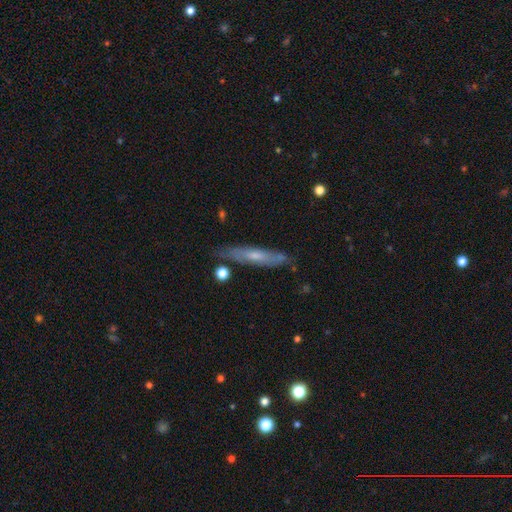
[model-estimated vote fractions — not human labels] A featured or disk galaxy (51%) viewed edge-on (72%). Merging: none (77%).